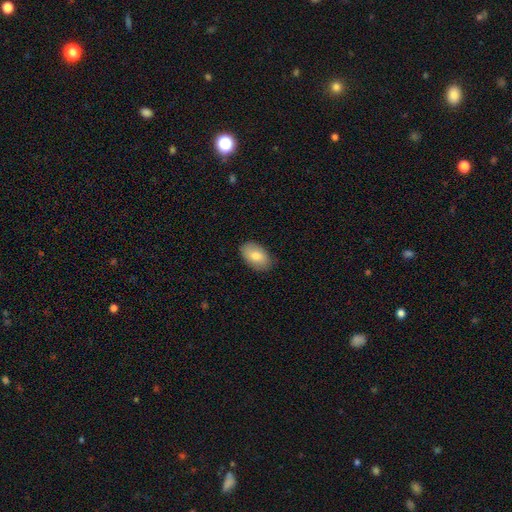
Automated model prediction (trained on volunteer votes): The model was most divided on "smooth or featured": smooth: 77%, featured or disk: 17%, star or artifact: 7%. More confident: how rounded — in between (92%); merging — none (86%).